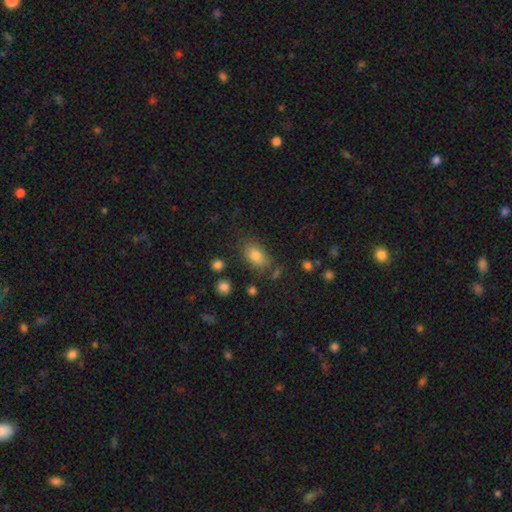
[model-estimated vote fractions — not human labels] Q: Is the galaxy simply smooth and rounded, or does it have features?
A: smooth — 81%.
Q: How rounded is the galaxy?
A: in between — 86%.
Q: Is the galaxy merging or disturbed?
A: none — 73%.